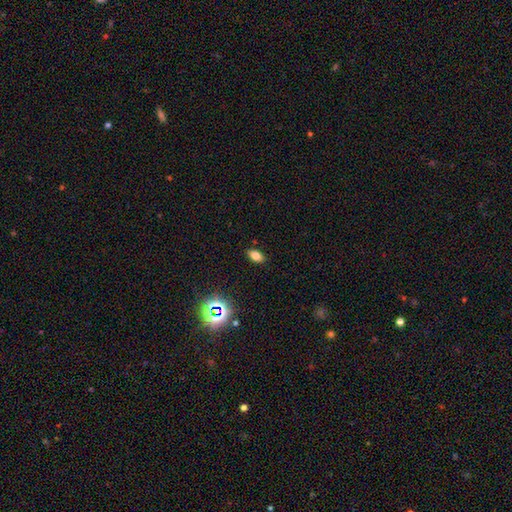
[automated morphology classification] A smooth galaxy with no disk features (75%) that is in between round and cigar-shaped (89%).

Vote fractions:
- Smooth or featured? smooth: 75% / star or artifact: 16% / featured or disk: 9%
- How rounded? in between: 89% / round: 7% / cigar-shaped: 4%
- Merging? none: 88% / minor disturbance: 8% / major disturbance: 2% / merger: 1%